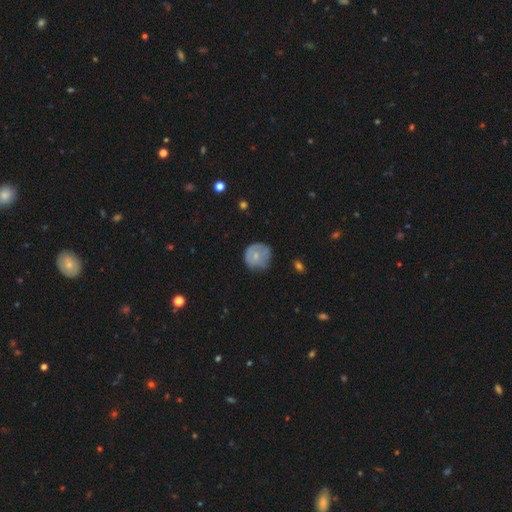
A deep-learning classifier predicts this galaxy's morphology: This appears to be a smooth galaxy with no disk features (62%) that is round (87%). Merging: none (58%).